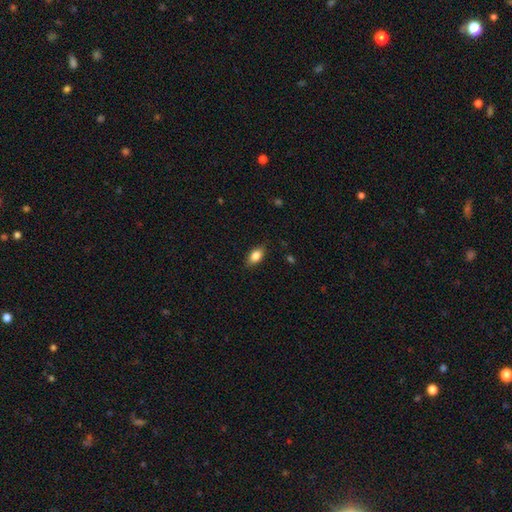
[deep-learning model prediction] Smooth or featured?
  - smooth: 84% *
  - featured or disk: 8%
  - star or artifact: 8%
How rounded?
  - in between: 88% *
  - round: 7%
  - cigar-shaped: 5%
Merging?
  - none: 85% *
  - minor disturbance: 12%
  - major disturbance: 3%
  - merger: 1%